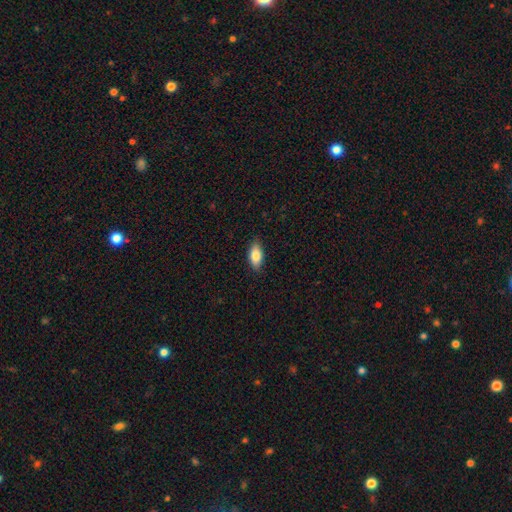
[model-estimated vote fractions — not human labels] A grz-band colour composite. It shows a smooth galaxy with no disk features (83%) that is in between round and cigar-shaped (89%). Merging: none (86%).